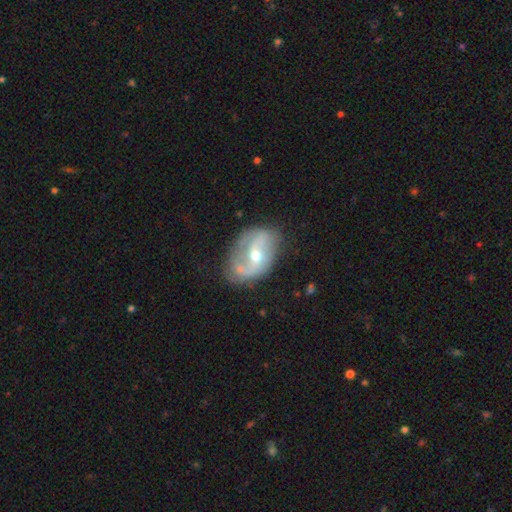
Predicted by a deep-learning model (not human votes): Morphology: type=featured or disk (75%); edge-on=no (96%); bar=weak (41%); spiral arms=yes (80%); winding=loose (48%); arm count=2 (78%); bulge=moderate (62%); merging=none (57%).